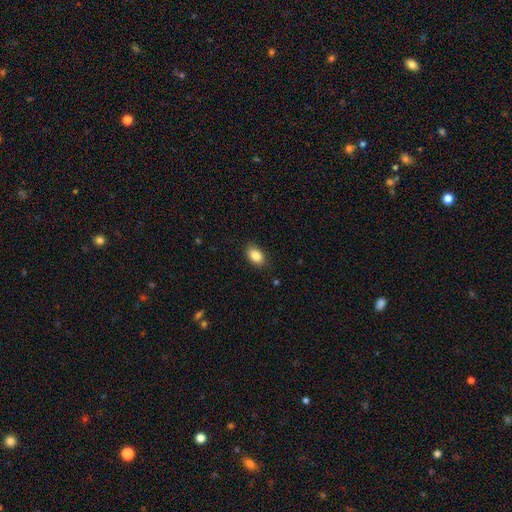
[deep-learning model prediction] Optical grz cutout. It shows a smooth galaxy with no disk features (86%) that is in between round and cigar-shaped (86%). Merging: none (86%).